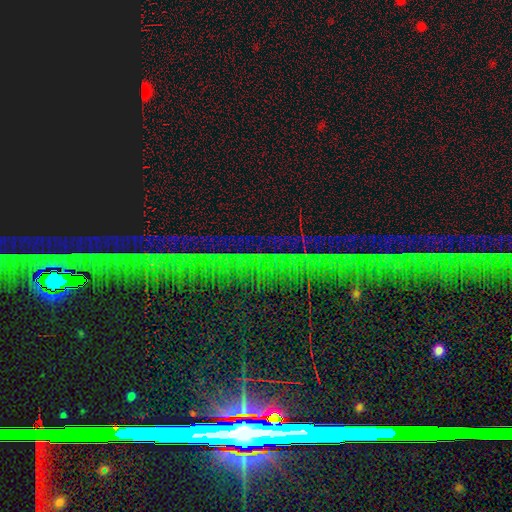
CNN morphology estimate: Smooth or featured: star or artifact — 81% (featured or disk — 10%)